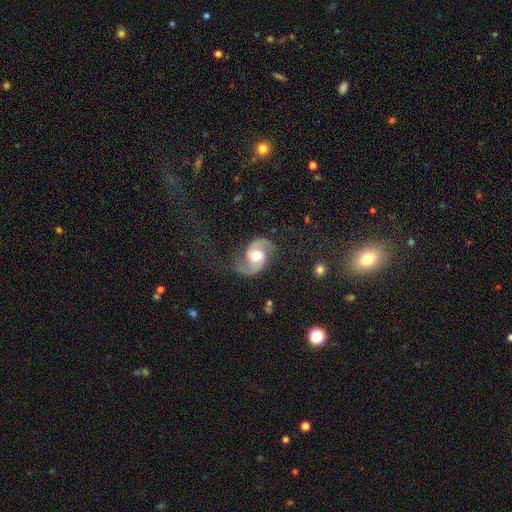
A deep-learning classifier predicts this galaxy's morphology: This appears to be a featured or disk galaxy (89%) with no bar (54%), 2 (94%) medium (52%) spiral arms (97%) and a moderate central bulge (71%). Merging: none (76%).